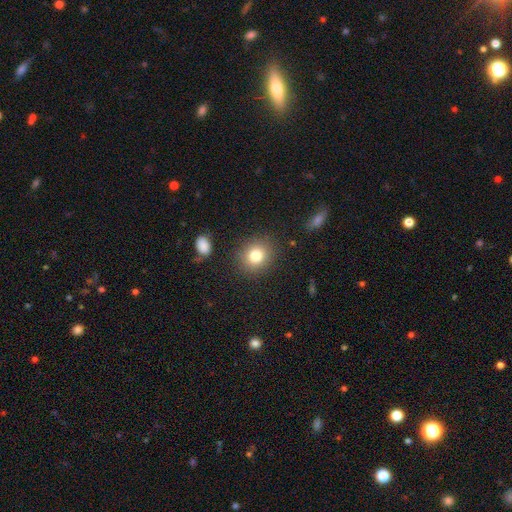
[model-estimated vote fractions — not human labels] Morphology: type=smooth (80%); roundness=round (80%); merging=none (87%).